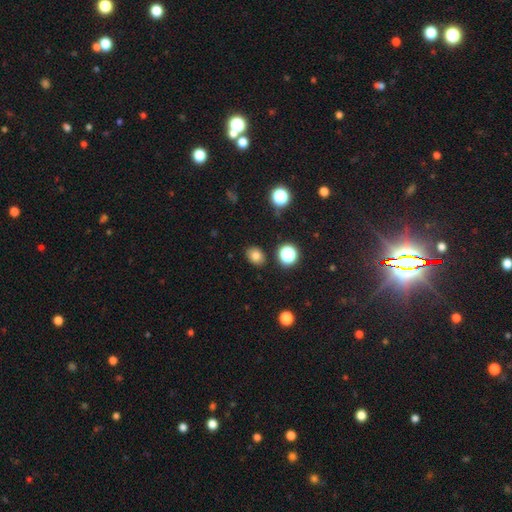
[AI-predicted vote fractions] A smooth galaxy with no disk features (78%) that is in between round and cigar-shaped (50%).

Vote fractions:
- Smooth or featured? smooth: 78% / star or artifact: 14% / featured or disk: 8%
- How rounded? in between: 50% / round: 49% / cigar-shaped: 1%
- Merging? none: 86% / minor disturbance: 9% / major disturbance: 2% / merger: 2%